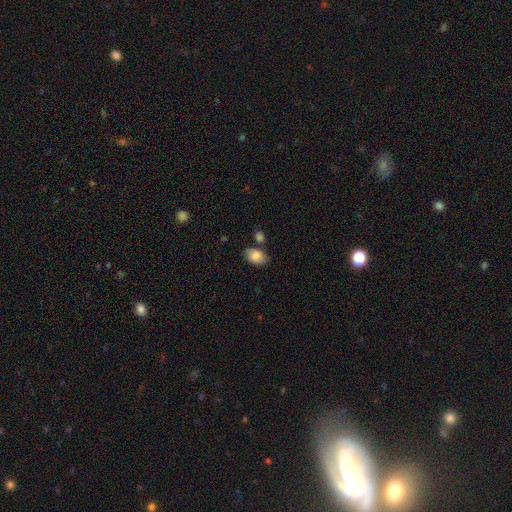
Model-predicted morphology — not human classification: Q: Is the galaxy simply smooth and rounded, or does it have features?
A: smooth — 85%.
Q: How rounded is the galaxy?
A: in between — 87%.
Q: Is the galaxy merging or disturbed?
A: none — 68%.